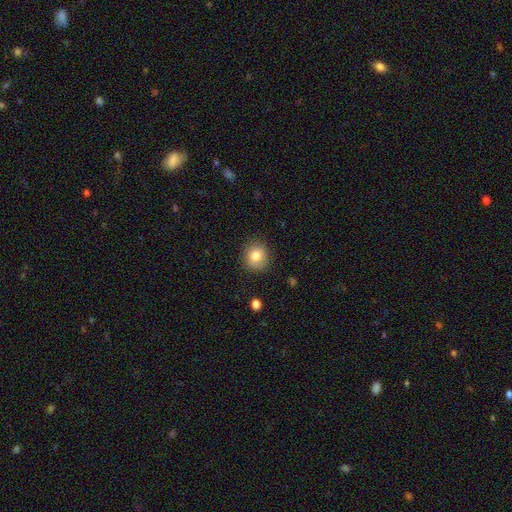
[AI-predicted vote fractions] The model was most divided on "how rounded": round: 83%, in between: 16%, cigar-shaped: 1%. More confident: merging — none (85%); smooth or featured — smooth (83%).